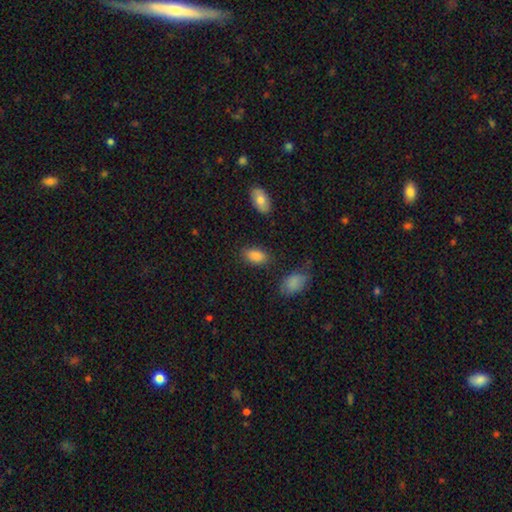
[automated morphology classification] Smooth or featured?
  - smooth: 87% *
  - star or artifact: 8%
  - featured or disk: 5%
How rounded?
  - in between: 93% *
  - round: 4%
  - cigar-shaped: 2%
Merging?
  - none: 82% *
  - minor disturbance: 12%
  - major disturbance: 3%
  - merger: 3%